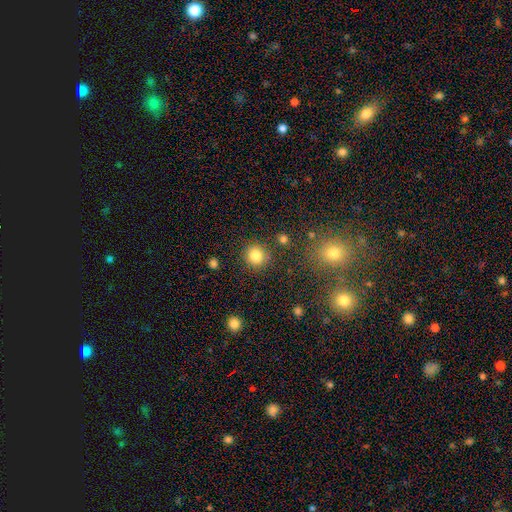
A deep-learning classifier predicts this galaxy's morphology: type=smooth (83%); roundness=round (90%); merging=none (85%).